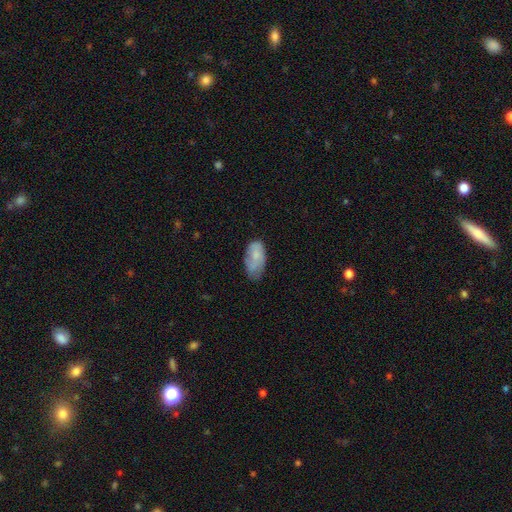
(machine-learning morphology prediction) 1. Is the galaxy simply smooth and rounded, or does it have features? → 71% smooth, 22% featured or disk, 7% star or artifact.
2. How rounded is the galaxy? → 93% in between, 3% cigar-shaped, 3% round.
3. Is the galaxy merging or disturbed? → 53% none, 35% minor disturbance, 9% major disturbance, 2% merger.